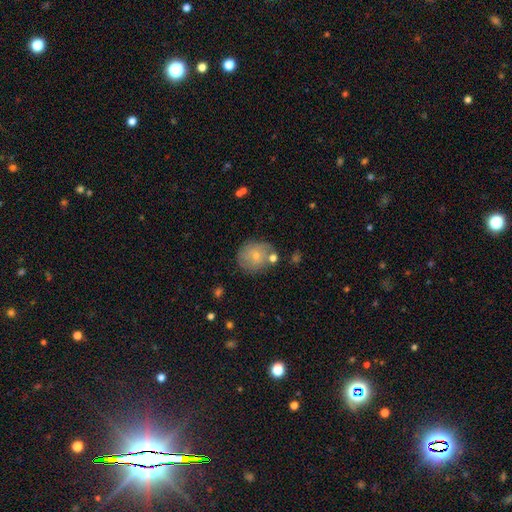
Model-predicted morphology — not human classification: The model was most divided on "smooth or featured": smooth: 67%, featured or disk: 25%, star or artifact: 8%. More confident: how rounded — round (81%); merging — none (65%).